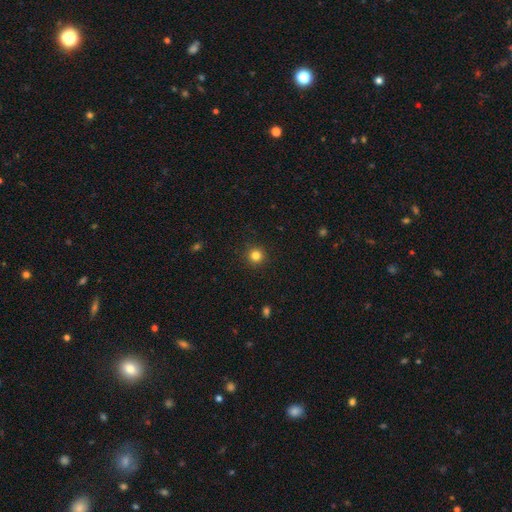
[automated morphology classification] The model was most divided on "smooth or featured": smooth: 82%, star or artifact: 13%, featured or disk: 5%. More confident: how rounded — round (95%); merging — none (92%).